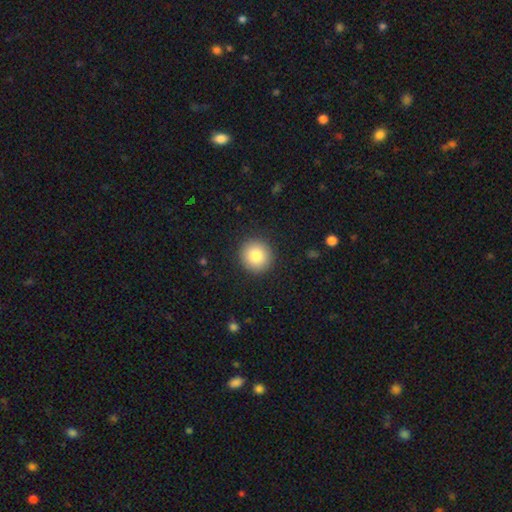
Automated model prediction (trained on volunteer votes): A smooth galaxy with no disk features (84%) that is round (93%). Merging: none (92%).